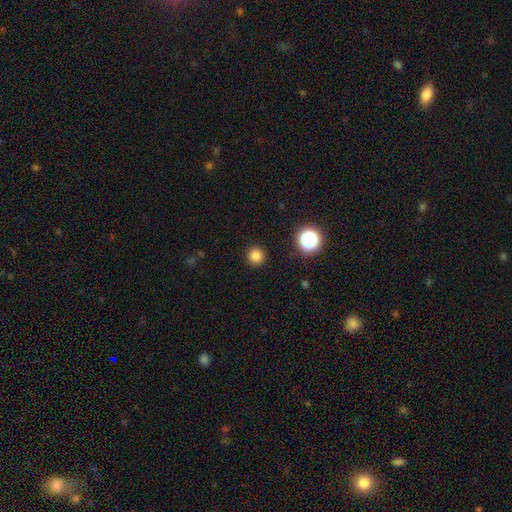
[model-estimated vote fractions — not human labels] Smooth or featured? smooth (81%)
How rounded? round (94%)
Merging? none (92%)